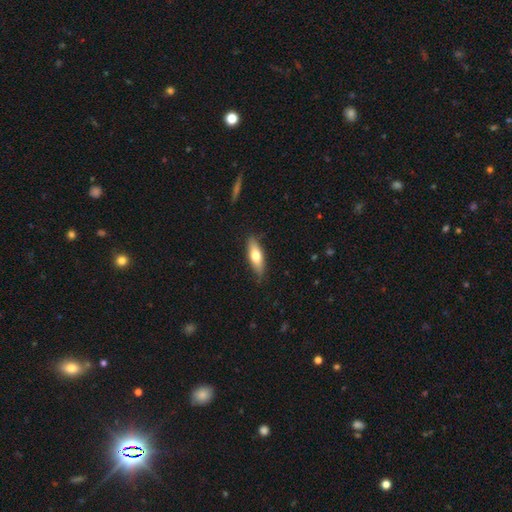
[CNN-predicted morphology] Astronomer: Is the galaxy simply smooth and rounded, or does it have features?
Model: smooth — 64%.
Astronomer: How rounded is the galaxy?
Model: in between — 54% (runner-up: cigar-shaped, 44%).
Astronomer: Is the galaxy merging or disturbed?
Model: none — 81%.